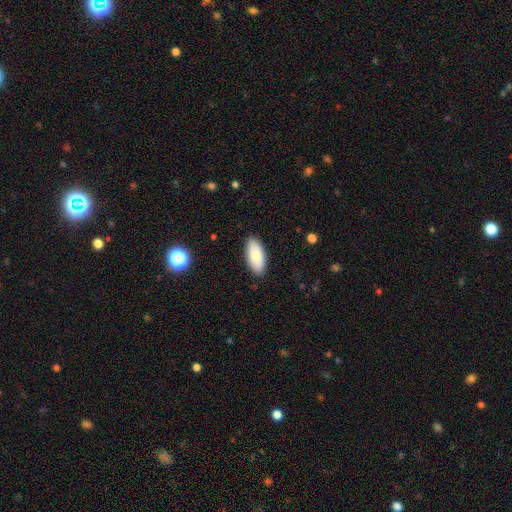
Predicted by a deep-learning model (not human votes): Q: Smooth or featured?
A: smooth (80%); runner-up: featured or disk (14%)
Q: How rounded?
A: in between (91%); runner-up: cigar-shaped (7%)
Q: Merging?
A: none (88%); runner-up: minor disturbance (9%)